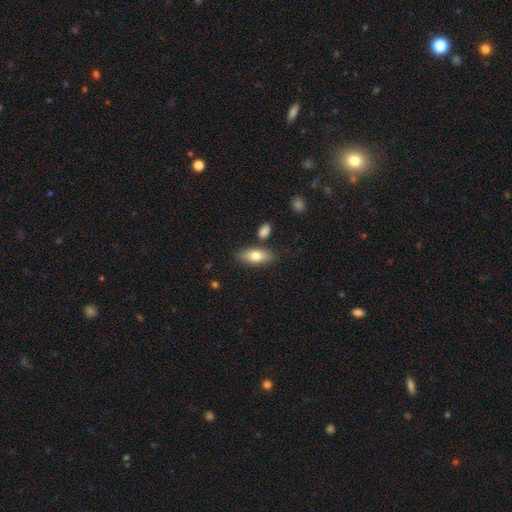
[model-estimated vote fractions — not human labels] A smooth galaxy with no disk features (76%) that is in between round and cigar-shaped (84%).

Vote fractions:
- Smooth or featured? smooth: 76% / featured or disk: 18% / star or artifact: 6%
- How rounded? in between: 84% / cigar-shaped: 13% / round: 3%
- Merging? none: 79% / minor disturbance: 12% / merger: 6% / major disturbance: 3%